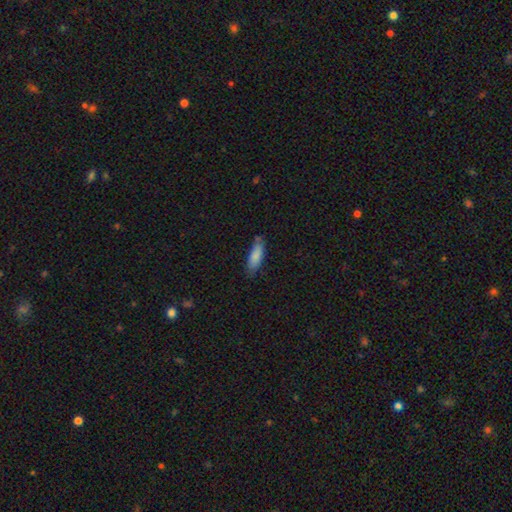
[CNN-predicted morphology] Smooth or featured? Predicted: smooth (p=0.84). How rounded? Predicted: in between (p=0.60). Merging? Predicted: none (p=0.68).